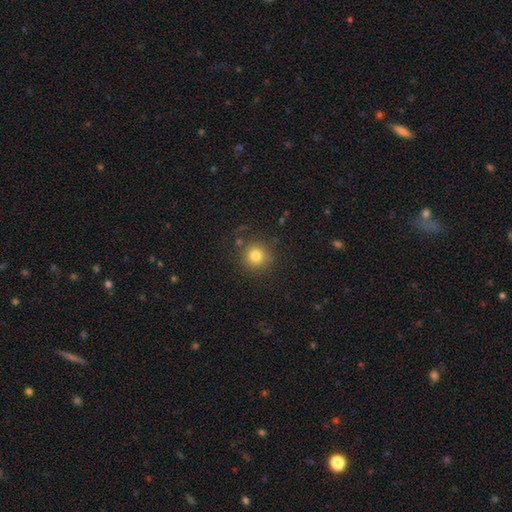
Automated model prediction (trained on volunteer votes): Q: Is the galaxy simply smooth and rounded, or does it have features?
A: smooth — 80%.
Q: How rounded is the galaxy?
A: round — 93%.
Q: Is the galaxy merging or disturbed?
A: none — 81%.